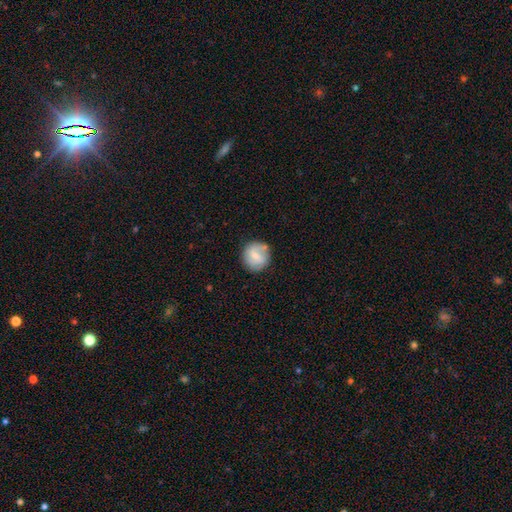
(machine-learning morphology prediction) type=smooth (58%); roundness=round (90%); merging=none (74%).